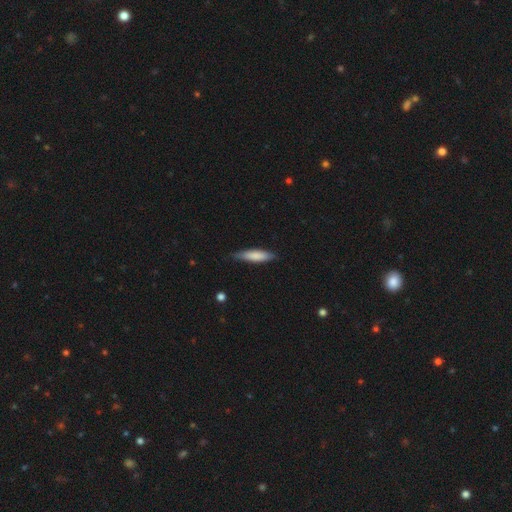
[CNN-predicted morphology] Smooth or featured?
  - smooth: 78% *
  - featured or disk: 17%
  - star or artifact: 5%
How rounded?
  - cigar-shaped: 75% *
  - in between: 24%
  - round: 1%
Merging?
  - none: 77% *
  - minor disturbance: 19%
  - major disturbance: 3%
  - merger: 1%